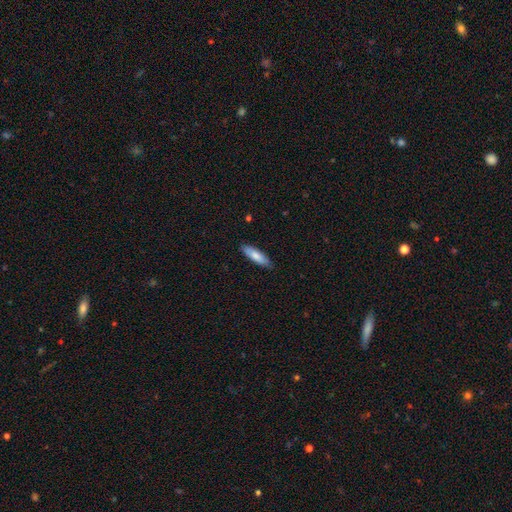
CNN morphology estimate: type=smooth (79%); roundness=cigar-shaped (57%); merging=none (85%).